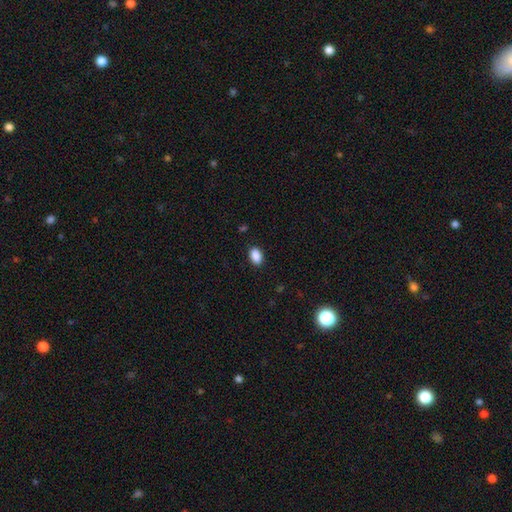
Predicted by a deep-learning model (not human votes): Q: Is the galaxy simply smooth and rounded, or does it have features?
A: smooth — 90%.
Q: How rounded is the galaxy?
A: in between — 88%.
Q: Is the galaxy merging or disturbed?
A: none — 88%.